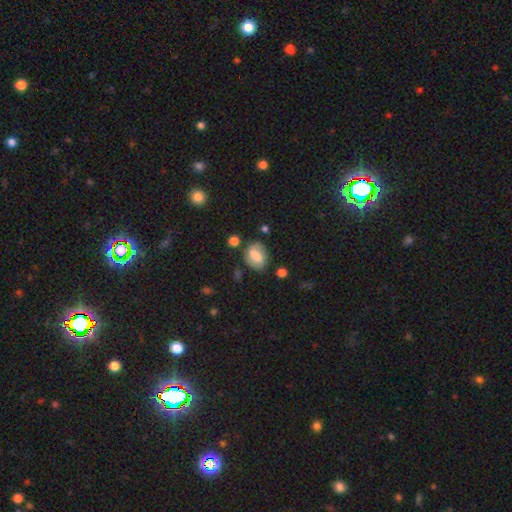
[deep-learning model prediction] smooth 63%, featured or disk 28%, star or artifact 9%. Down the decision tree: how rounded — in between (71%); merging — none (65%).